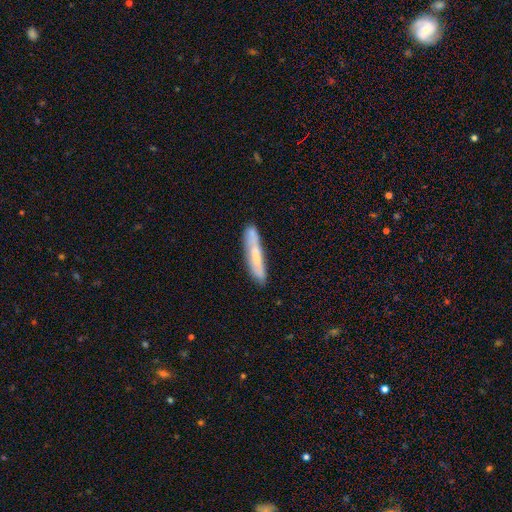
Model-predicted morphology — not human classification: This appears to be a smooth galaxy with no disk features (53%) that is cigar-shaped (88%). Merging: none (77%).